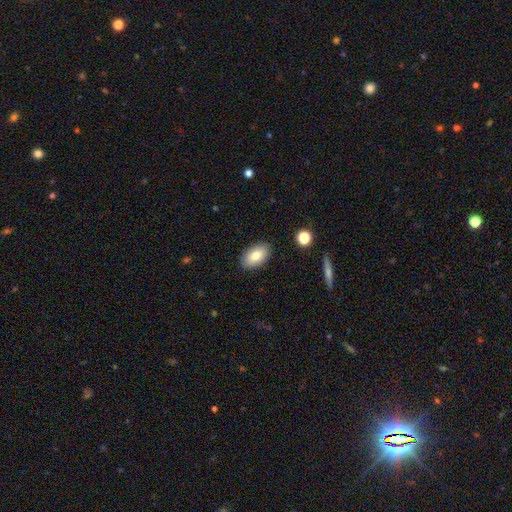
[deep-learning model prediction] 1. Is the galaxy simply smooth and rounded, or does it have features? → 78% smooth, 15% featured or disk, 7% star or artifact.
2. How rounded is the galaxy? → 93% in between, 5% round, 2% cigar-shaped.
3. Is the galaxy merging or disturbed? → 87% none, 9% minor disturbance, 2% major disturbance, 1% merger.